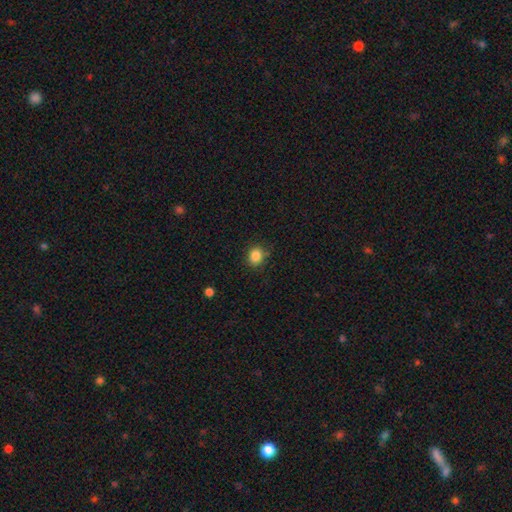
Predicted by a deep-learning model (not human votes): Q: Smooth or featured?
A: smooth (85%); runner-up: star or artifact (11%)
Q: How rounded?
A: round (71%); runner-up: in between (28%)
Q: Merging?
A: none (82%); runner-up: minor disturbance (13%)